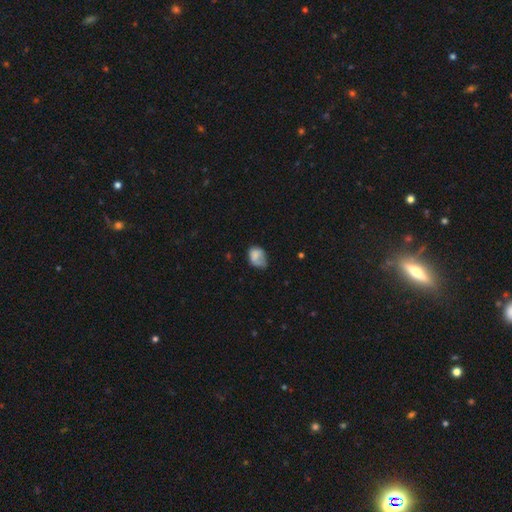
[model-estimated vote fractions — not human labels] A smooth galaxy with no disk features (73%) that is in between round and cigar-shaped (73%). Merging: minor disturbance (40%).